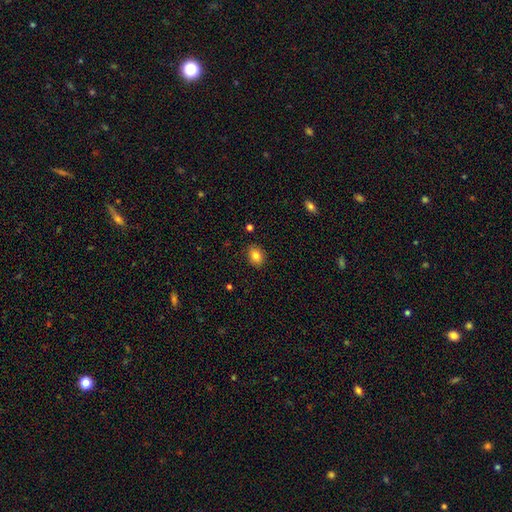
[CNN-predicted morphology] This is clearly a smooth galaxy (82%). How rounded: likely in between (68%). Merging: clearly none (88%).